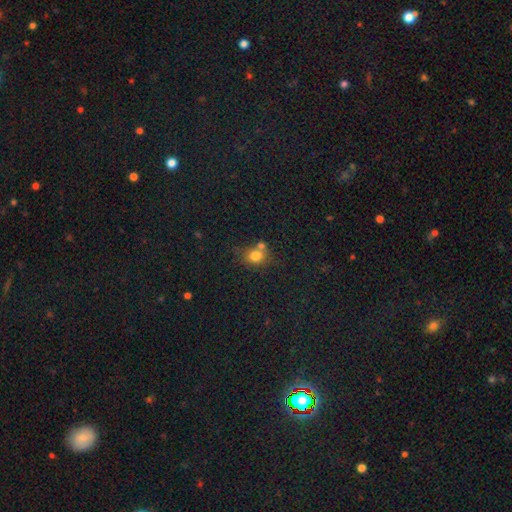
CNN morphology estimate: Overall: smooth (77%). How rounded: round (74%). Merging: none (49%; merger 35%).